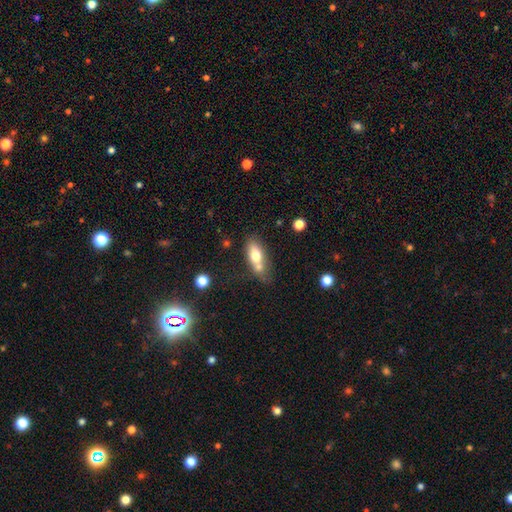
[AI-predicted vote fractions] The model was most divided on "merging": merger: 43%, none: 34%, minor disturbance: 16%, major disturbance: 7%. More confident: how rounded — in between (76%); smooth or featured — smooth (69%).